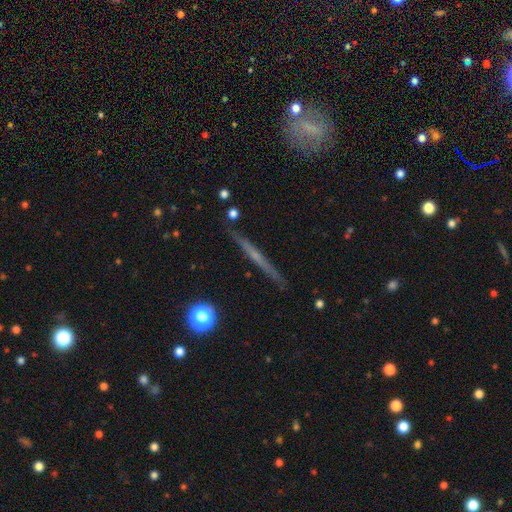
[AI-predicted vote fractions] A featured or disk galaxy (66%) viewed edge-on (97%) with no central bulge (63%).

Vote fractions:
- Smooth or featured? featured or disk: 66% / smooth: 26% / star or artifact: 9%
- Edge-on disk? yes: 97% / no: 3%
- Edge-on bulge? none: 63% / rounded: 30% / boxy: 7%
- Merging? none: 90% / minor disturbance: 7% / major disturbance: 2% / merger: 2%